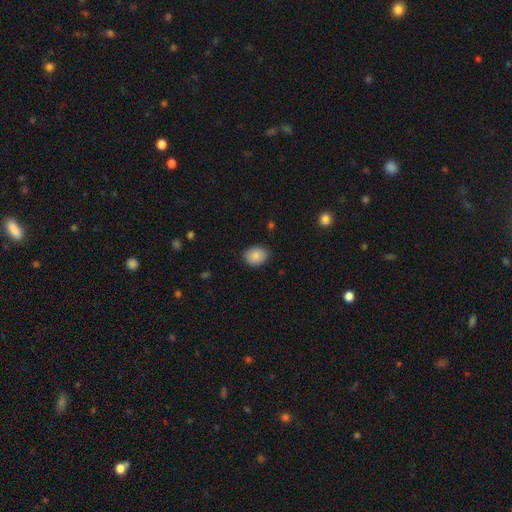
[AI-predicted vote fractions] Smooth or featured?
  - smooth: 87% *
  - star or artifact: 8%
  - featured or disk: 5%
How rounded?
  - in between: 55% *
  - round: 44%
  - cigar-shaped: 1%
Merging?
  - none: 86% *
  - minor disturbance: 11%
  - major disturbance: 2%
  - merger: 1%